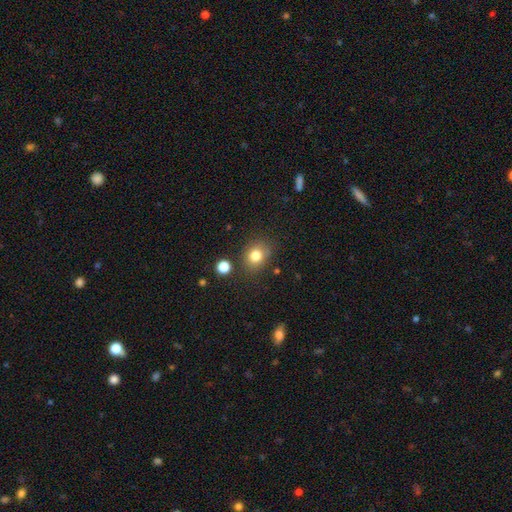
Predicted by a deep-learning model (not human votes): smooth 80%, star or artifact 12%, featured or disk 8%. Down the decision tree: how rounded — round (64%); merging — none (79%).